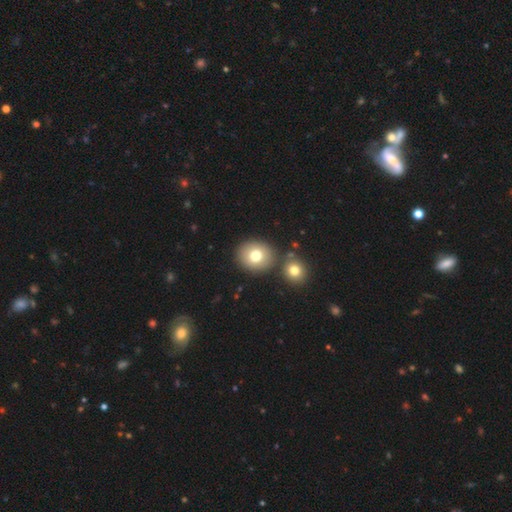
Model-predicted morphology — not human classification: A smooth galaxy with no disk features (76%) that is round (77%).

Vote fractions:
- Smooth or featured? smooth: 76% / featured or disk: 14% / star or artifact: 11%
- How rounded? round: 77% / in between: 22% / cigar-shaped: 1%
- Merging? none: 76% / merger: 14% / minor disturbance: 8% / major disturbance: 3%